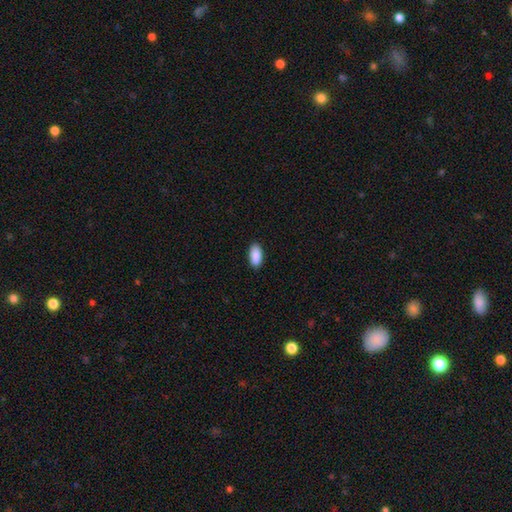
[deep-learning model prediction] smooth-or-featured: smooth: 91% | star or artifact: 6% | featured or disk: 3%
  how-rounded: in between: 93% | cigar-shaped: 5% | round: 2%
  merging: none: 90% | minor disturbance: 7% | major disturbance: 2% | merger: 1%